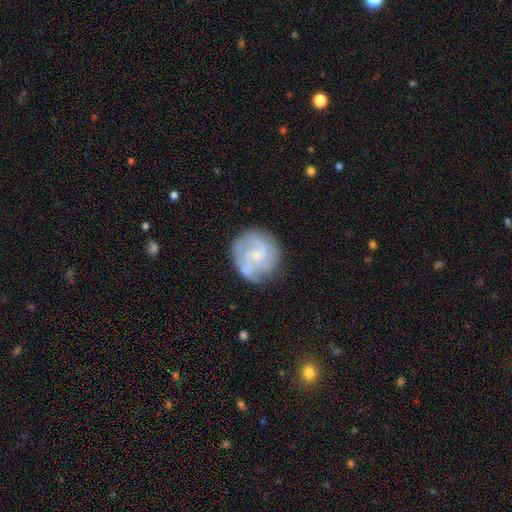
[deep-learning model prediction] Overall: featured or disk (70%). Edge-on disk: no (98%). Bar: no (62%; weak 33%). Spiral arms: yes (89%). Spiral arm count: 2 (35%; can't tell 27%). Spiral winding: tight (46%; medium 40%). Bulge size: small (65%). Merging: none (71%).